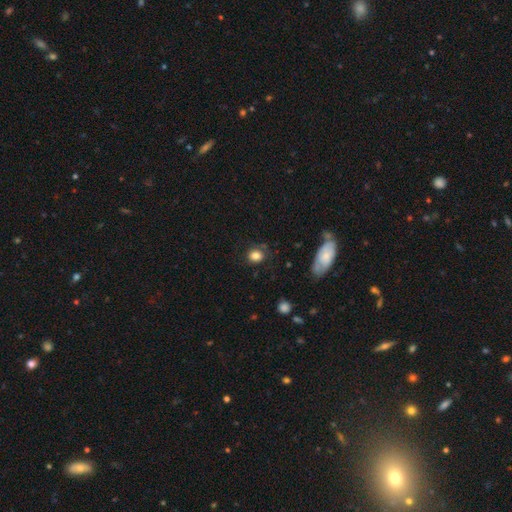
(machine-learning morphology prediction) Smooth or featured?
  - smooth: 82% *
  - star or artifact: 10%
  - featured or disk: 8%
How rounded?
  - round: 61% *
  - in between: 37%
  - cigar-shaped: 1%
Merging?
  - none: 73% *
  - minor disturbance: 18%
  - major disturbance: 6%
  - merger: 2%